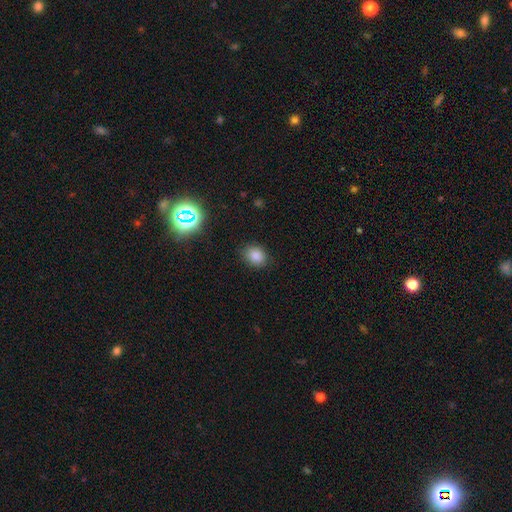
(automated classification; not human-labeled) Smooth or featured? Predicted: smooth (p=0.83). How rounded? Predicted: round (p=0.51). Merging? Predicted: none (p=0.84).